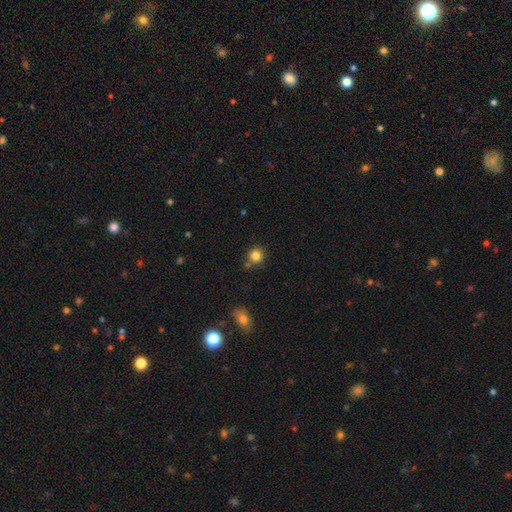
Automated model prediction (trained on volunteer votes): Smooth or featured: smooth — 83% (star or artifact — 11%)
How rounded: round — 90% (in between — 9%)
Merging: none — 74% (minor disturbance — 11%)